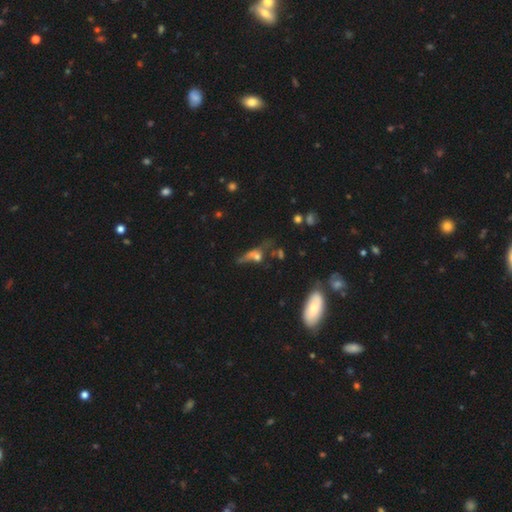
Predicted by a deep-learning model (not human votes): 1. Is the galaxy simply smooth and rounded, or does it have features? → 45% smooth, 33% featured or disk, 22% star or artifact.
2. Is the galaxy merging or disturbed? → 35% major disturbance, 27% none, 22% merger, 16% minor disturbance.